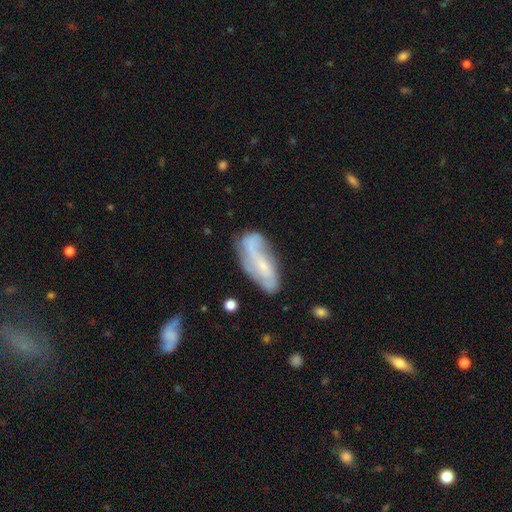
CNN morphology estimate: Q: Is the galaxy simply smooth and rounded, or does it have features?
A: featured or disk — 66%.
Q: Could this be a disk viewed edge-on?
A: no — 88%.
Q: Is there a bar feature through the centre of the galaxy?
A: no — 43%.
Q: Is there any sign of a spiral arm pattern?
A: yes — 84%.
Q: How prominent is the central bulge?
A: small — 60%.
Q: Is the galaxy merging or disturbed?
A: none — 65%.